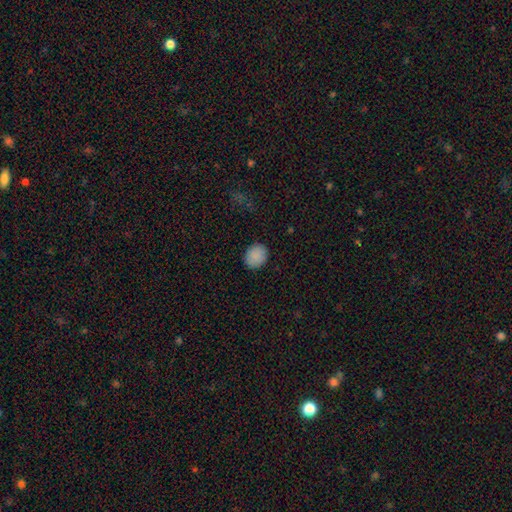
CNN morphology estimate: type=smooth (89%); roundness=round (64%); merging=none (89%).